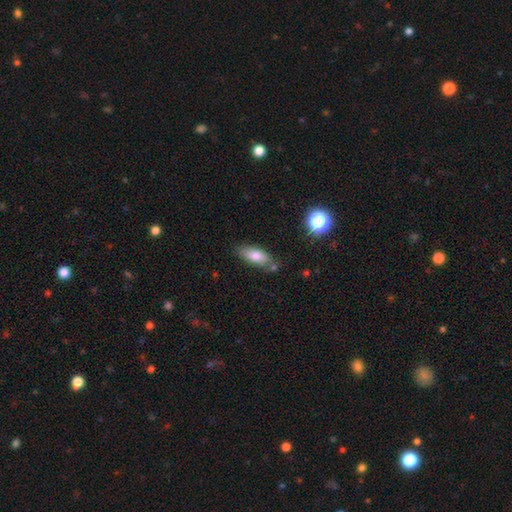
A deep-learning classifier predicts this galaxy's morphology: Smooth or featured? smooth (76%)
How rounded? in between (74%)
Merging? none (71%)